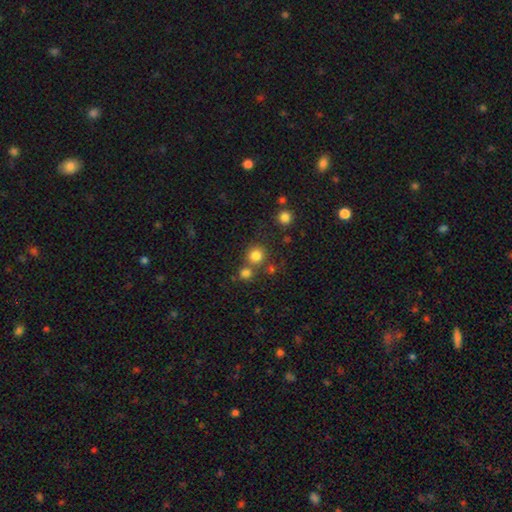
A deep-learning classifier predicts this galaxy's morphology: Q: Smooth or featured?
A: smooth (80%); runner-up: star or artifact (14%)
Q: How rounded?
A: round (90%); runner-up: in between (9%)
Q: Merging?
A: none (69%); runner-up: merger (20%)